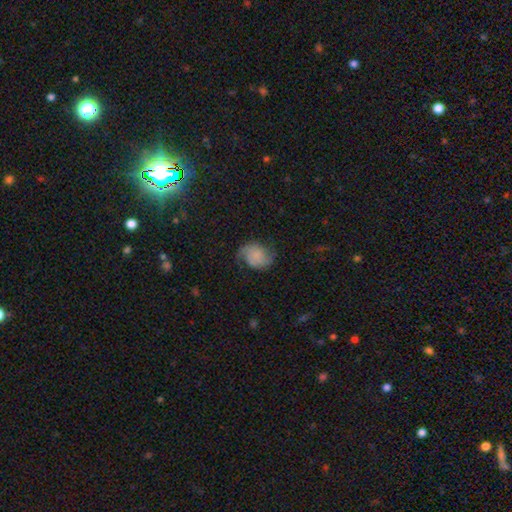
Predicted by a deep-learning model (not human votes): Smooth or featured: featured or disk — 54% (smooth — 37%)
Edge-on disk: no — 98% (yes — 2%)
Bar: no — 74% (weak — 22%)
Spiral arms: yes — 91% (no — 9%)
Bulge size: none — 48% (small — 26%)
Merging: none — 66% (minor disturbance — 21%)